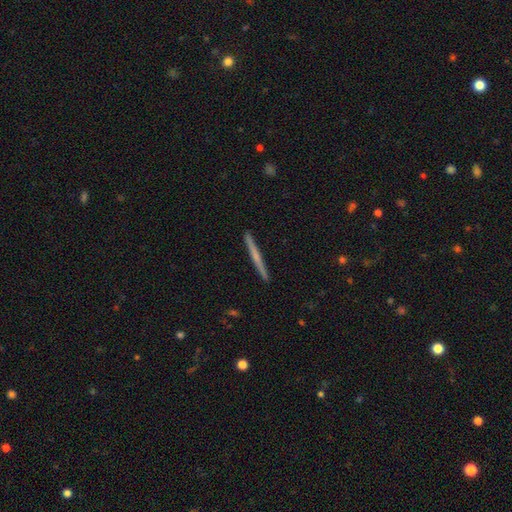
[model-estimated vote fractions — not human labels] Smooth or featured? featured or disk (52%)
Edge-on disk? yes (98%)
Edge-on bulge? none (71%)
Merging? none (93%)